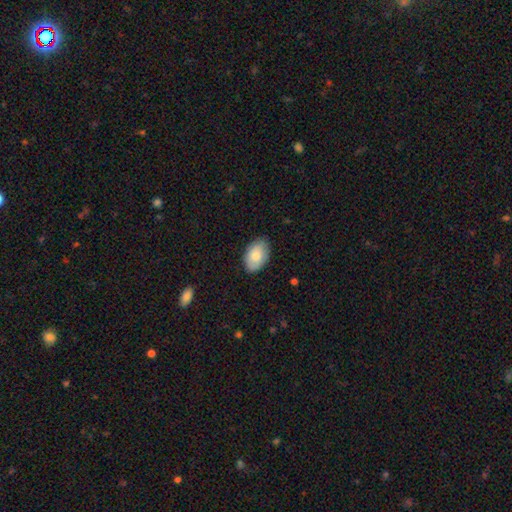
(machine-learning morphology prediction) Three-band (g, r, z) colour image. It shows a smooth galaxy with no disk features (81%) that is in between round and cigar-shaped (93%). Merging: none (85%).